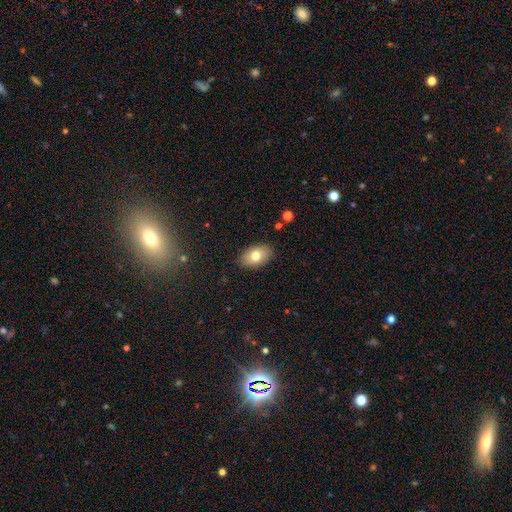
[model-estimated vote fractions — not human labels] Smooth or featured? smooth (75%)
How rounded? in between (89%)
Merging? none (87%)